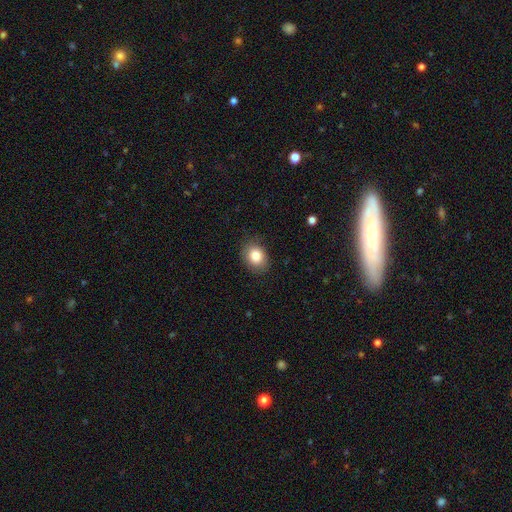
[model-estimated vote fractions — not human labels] Morphology: type=smooth (83%); roundness=in between (55%); merging=none (84%).